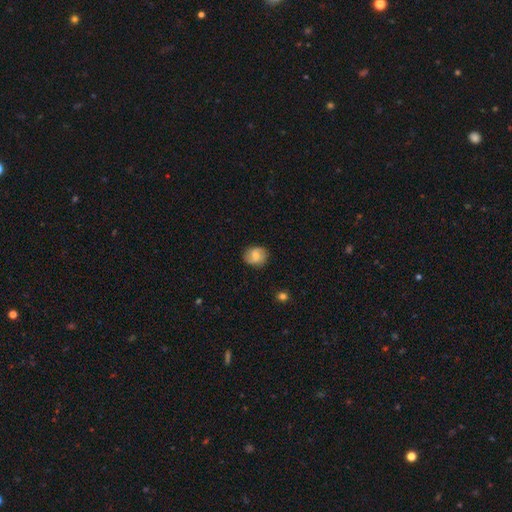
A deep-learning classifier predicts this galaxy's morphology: Smooth or featured: smooth — 64% (featured or disk — 28%)
How rounded: round — 73% (in between — 26%)
Merging: none — 82% (minor disturbance — 13%)